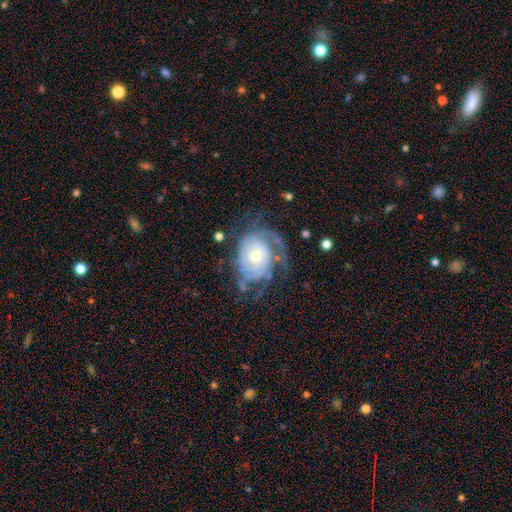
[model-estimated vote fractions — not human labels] Q: Smooth or featured?
A: featured or disk (79%); runner-up: smooth (15%)
Q: Edge-on disk?
A: no (97%); runner-up: yes (3%)
Q: Bar?
A: no (79%); runner-up: weak (18%)
Q: Spiral arms?
A: yes (88%); runner-up: no (12%)
Q: Spiral winding?
A: tight (60%); runner-up: medium (27%)
Q: Spiral arm count?
A: can't tell (41%); runner-up: 2 (25%)
Q: Bulge size?
A: moderate (50%); runner-up: small (45%)
Q: Merging?
A: none (51%); runner-up: major disturbance (24%)